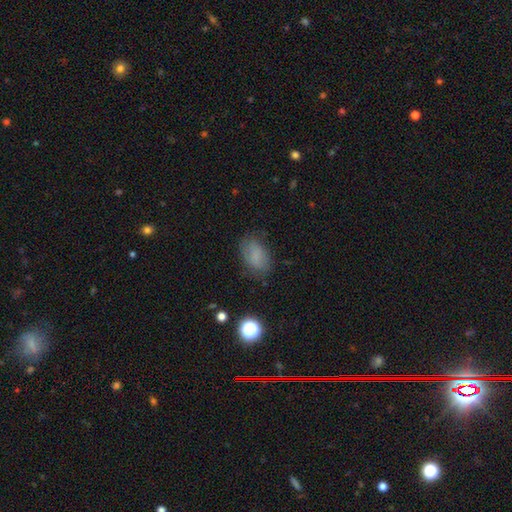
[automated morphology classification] Smooth or featured?
  - smooth: 77% *
  - star or artifact: 12%
  - featured or disk: 11%
How rounded?
  - in between: 87% *
  - round: 11%
  - cigar-shaped: 2%
Merging?
  - none: 75% *
  - minor disturbance: 18%
  - major disturbance: 6%
  - merger: 2%